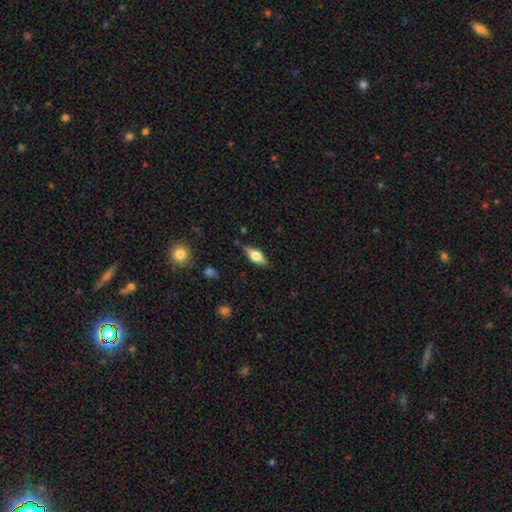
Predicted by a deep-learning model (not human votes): Q: Smooth or featured?
A: smooth (48%); runner-up: featured or disk (44%)
Q: Merging?
A: none (82%); runner-up: minor disturbance (13%)